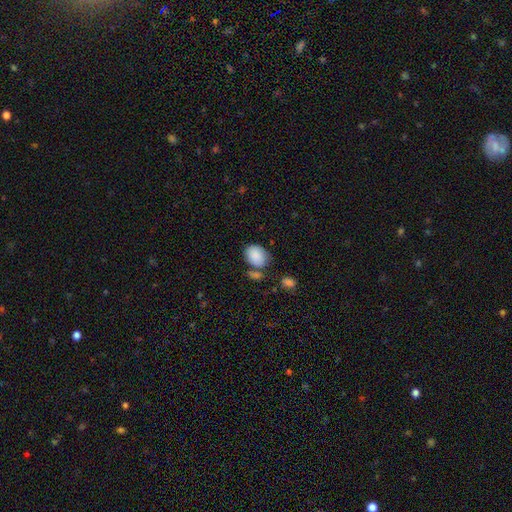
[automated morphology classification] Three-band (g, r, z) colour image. It shows a smooth galaxy with no disk features (87%) that is in between round and cigar-shaped (72%). Merging: none (57%).